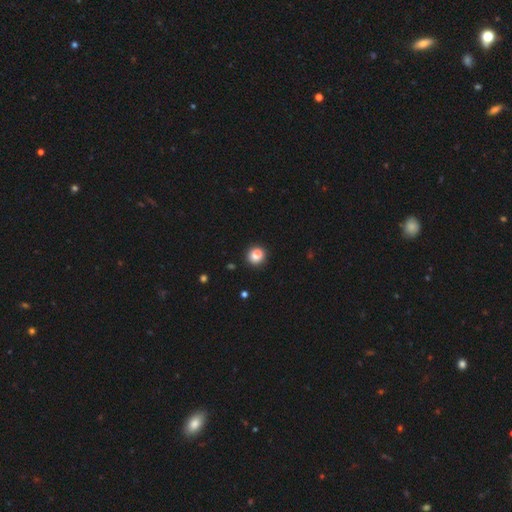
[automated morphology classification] smooth_or_featured: smooth (p=0.85) [alt: star or artifact p=0.10]
how_rounded: round (p=0.81) [alt: in between p=0.18]
merging: none (p=0.91) [alt: minor disturbance p=0.06]